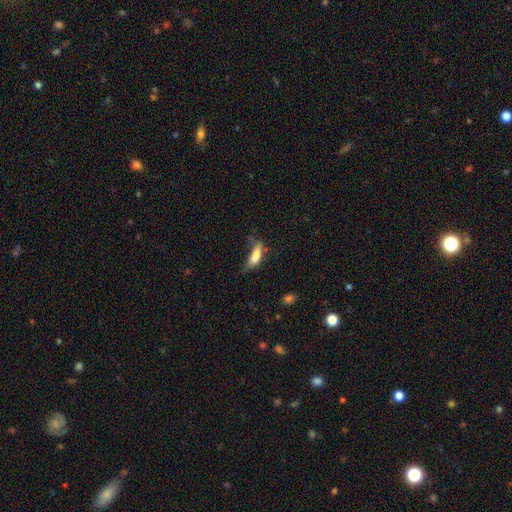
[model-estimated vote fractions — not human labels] Q: Smooth or featured?
A: smooth (73%); runner-up: featured or disk (18%)
Q: How rounded?
A: in between (56%); runner-up: cigar-shaped (42%)
Q: Merging?
A: major disturbance (33%); runner-up: minor disturbance (32%)